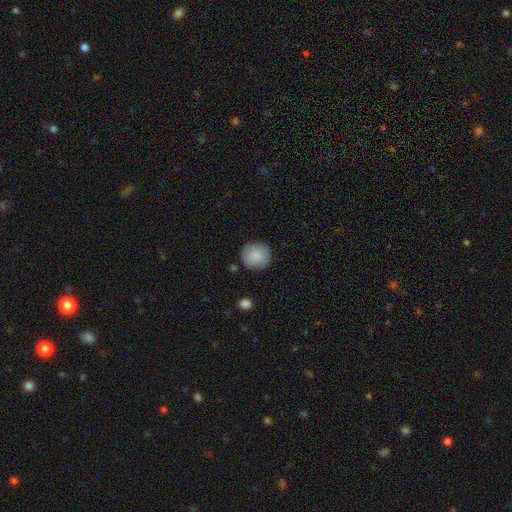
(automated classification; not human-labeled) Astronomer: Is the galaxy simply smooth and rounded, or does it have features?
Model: smooth — 84%.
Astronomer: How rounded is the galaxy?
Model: round — 90%.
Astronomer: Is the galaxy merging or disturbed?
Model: none — 84%.